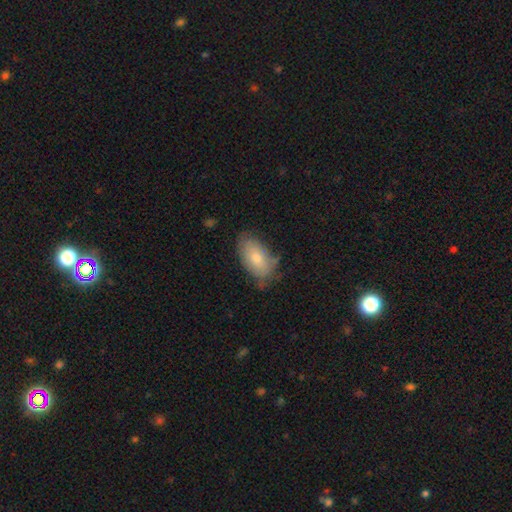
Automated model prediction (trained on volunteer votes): Smooth or featured?
  - smooth: 71% *
  - featured or disk: 22%
  - star or artifact: 7%
How rounded?
  - in between: 93% *
  - round: 4%
  - cigar-shaped: 3%
Merging?
  - none: 66% *
  - minor disturbance: 26%
  - major disturbance: 6%
  - merger: 2%